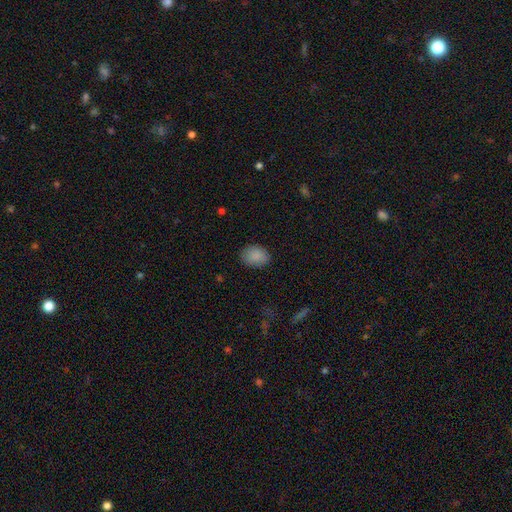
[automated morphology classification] This is clearly a smooth galaxy (88%). How rounded: likely in between (64%). Merging: clearly none (84%).